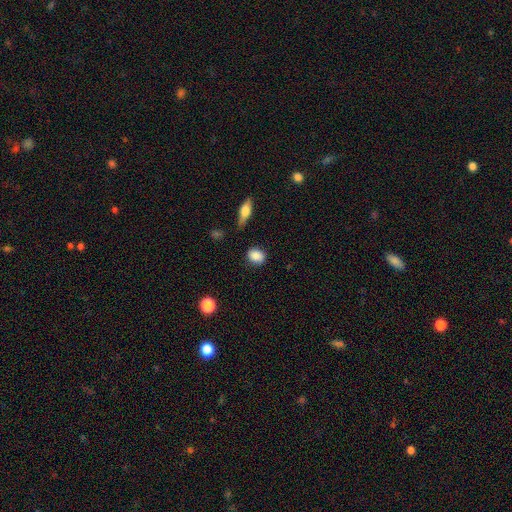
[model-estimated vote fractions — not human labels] smooth 87%, star or artifact 7%, featured or disk 6%. Down the decision tree: how rounded — in between (54%); merging — none (84%).